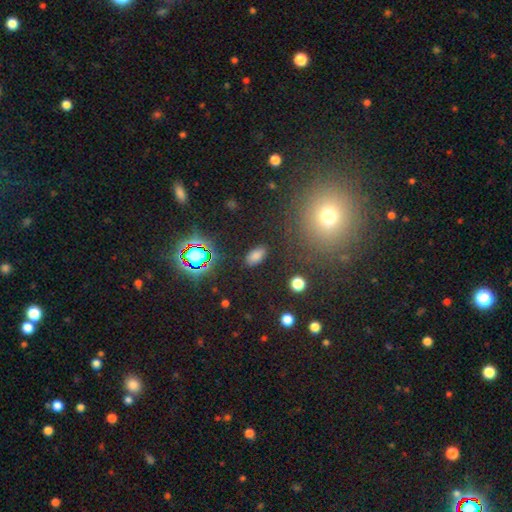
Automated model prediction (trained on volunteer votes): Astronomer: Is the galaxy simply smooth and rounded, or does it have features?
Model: smooth — 73%.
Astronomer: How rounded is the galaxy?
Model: in between — 92%.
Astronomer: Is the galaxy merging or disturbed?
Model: none — 87%.